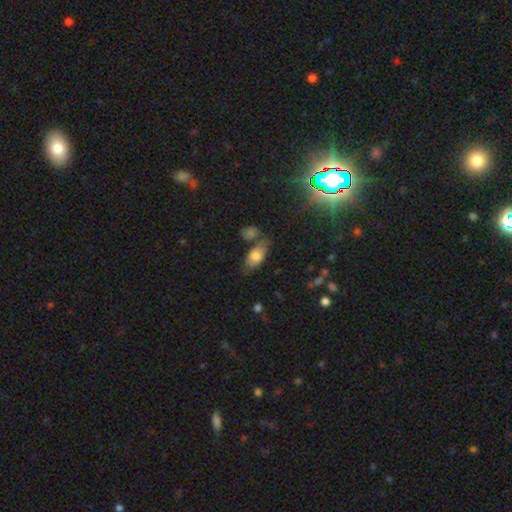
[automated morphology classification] This appears to be a smooth galaxy with no disk features (75%) that is in between round and cigar-shaped (89%). Merging: none (59%).